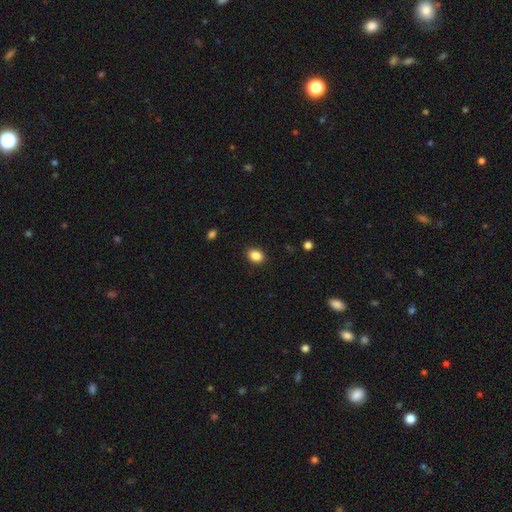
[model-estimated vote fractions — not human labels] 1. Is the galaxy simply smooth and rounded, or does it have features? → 88% smooth, 9% star or artifact, 3% featured or disk.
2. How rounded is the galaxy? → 59% in between, 40% round, 1% cigar-shaped.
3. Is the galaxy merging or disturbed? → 89% none, 8% minor disturbance, 2% major disturbance, 1% merger.